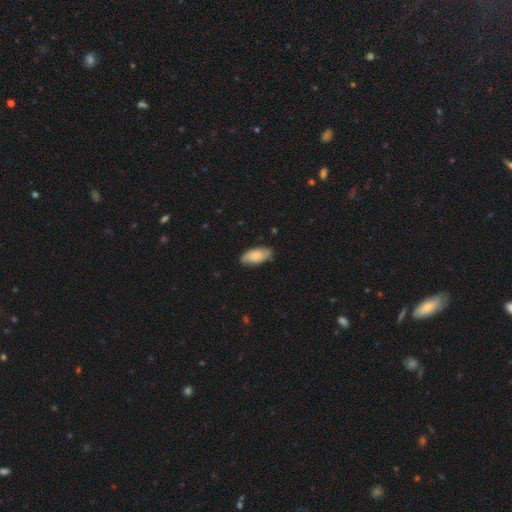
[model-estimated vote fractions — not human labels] The model was most divided on "smooth or featured": smooth: 74%, featured or disk: 20%, star or artifact: 6%. More confident: how rounded — in between (91%); merging — none (77%).